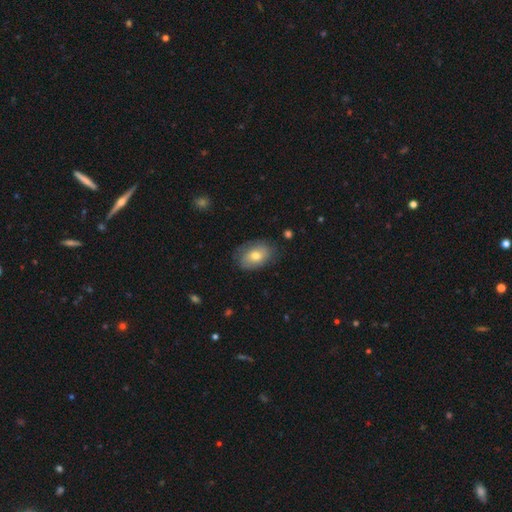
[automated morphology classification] Smooth or featured? Predicted: smooth (p=0.67). How rounded? Predicted: in between (p=0.83). Merging? Predicted: none (p=0.74).